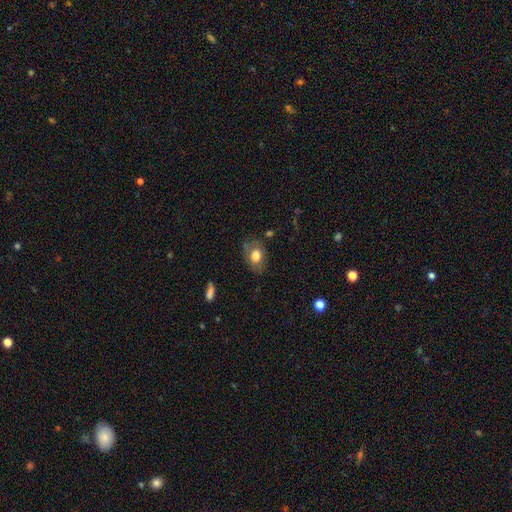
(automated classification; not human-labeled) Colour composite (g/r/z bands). It shows a smooth galaxy with no disk features (70%) that is in between round and cigar-shaped (75%). Merging: none (65%).